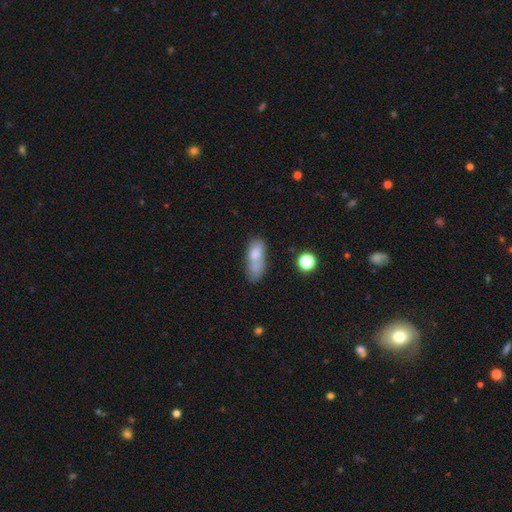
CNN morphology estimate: smooth-or-featured: smooth: 73% | featured or disk: 17% | star or artifact: 10%
  how-rounded: in between: 69% | cigar-shaped: 24% | round: 7%
  merging: none: 34% | merger: 31% | minor disturbance: 21% | major disturbance: 14%